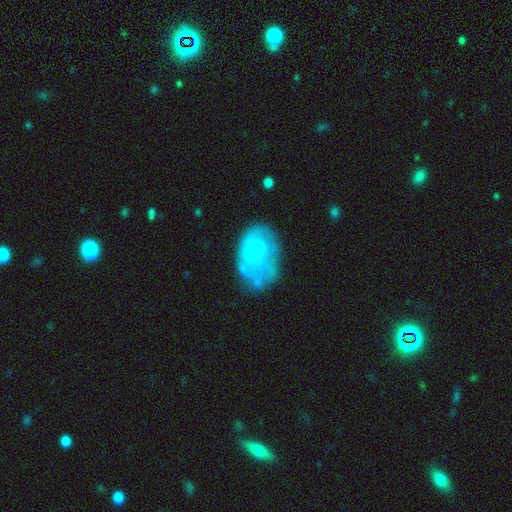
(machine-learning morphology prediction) smooth_or_featured: smooth (p=0.51) [alt: featured or disk p=0.37]
how_rounded: in between (p=0.83) [alt: round p=0.15]
merging: none (p=0.55) [alt: minor disturbance p=0.27]